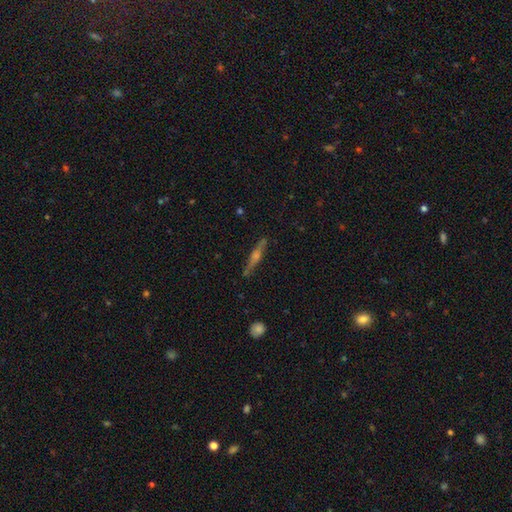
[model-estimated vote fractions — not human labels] The model was most divided on "smooth or featured": featured or disk: 73%, smooth: 19%, star or artifact: 8%. More confident: edge-on disk — yes (96%); merging — none (87%); edge-on bulge — rounded (83%).